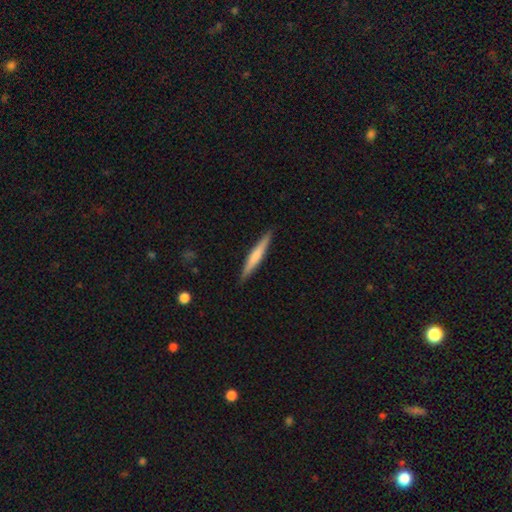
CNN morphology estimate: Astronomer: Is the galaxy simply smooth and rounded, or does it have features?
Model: smooth — 58% (runner-up: featured or disk, 37%).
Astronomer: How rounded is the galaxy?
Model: cigar-shaped — 95%.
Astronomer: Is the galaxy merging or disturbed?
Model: none — 91%.